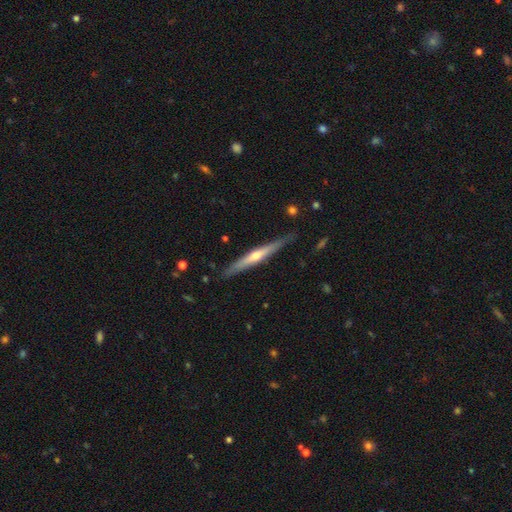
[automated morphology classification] type=featured or disk (67%); edge-on=yes (96%); edge-on bulge=rounded (77%); merging=none (84%).